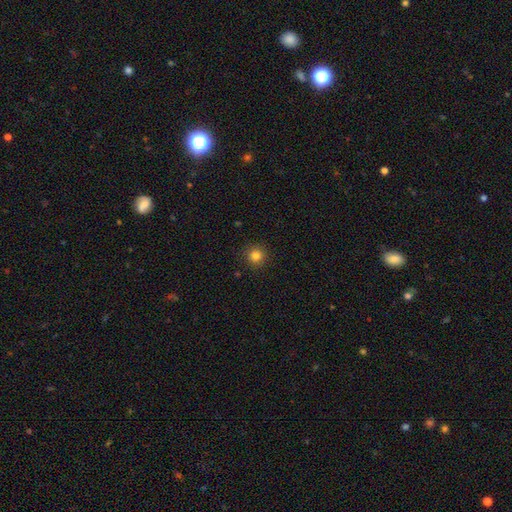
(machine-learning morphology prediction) Smooth or featured?
  - smooth: 83% *
  - star or artifact: 13%
  - featured or disk: 5%
How rounded?
  - round: 95% *
  - in between: 5%
  - cigar-shaped: 1%
Merging?
  - none: 91% *
  - minor disturbance: 6%
  - major disturbance: 2%
  - merger: 1%